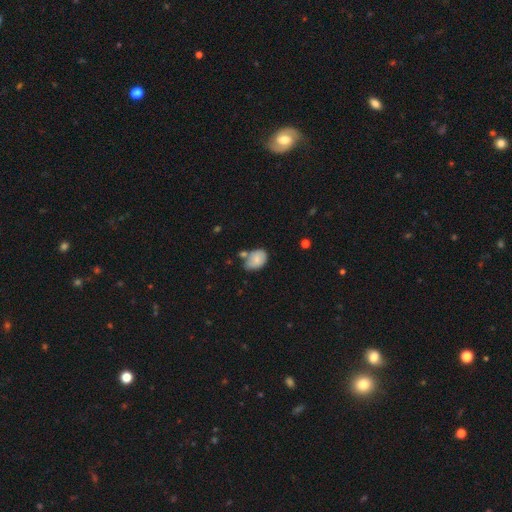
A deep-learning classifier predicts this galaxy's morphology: smooth 77%, featured or disk 14%, star or artifact 8%. Down the decision tree: how rounded — in between (77%); merging — none (43%).